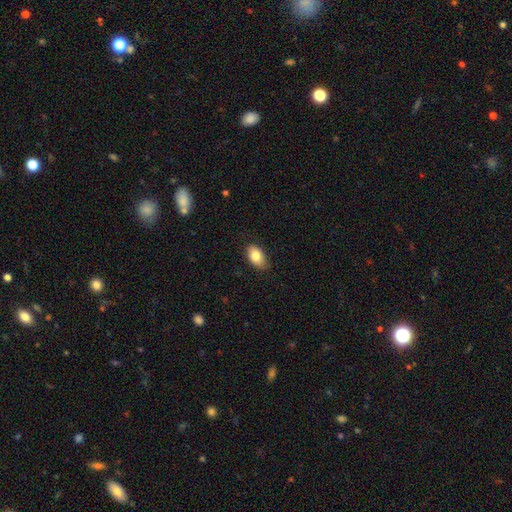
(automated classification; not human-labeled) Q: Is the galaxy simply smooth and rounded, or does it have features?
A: smooth — 83%.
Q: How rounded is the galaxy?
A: in between — 92%.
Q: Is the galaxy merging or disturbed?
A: none — 83%.